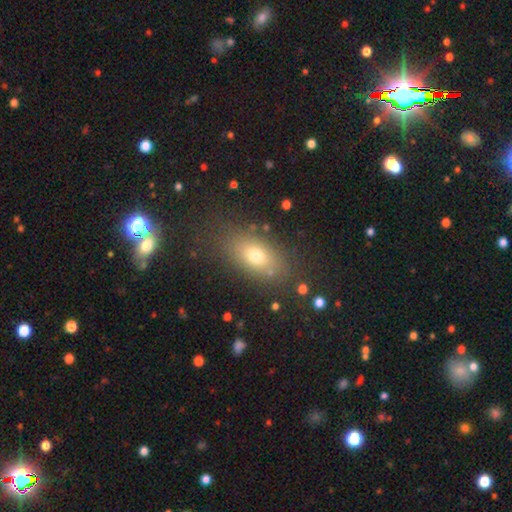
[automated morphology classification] Smooth or featured?
  - smooth: 71% *
  - featured or disk: 16%
  - star or artifact: 13%
How rounded?
  - in between: 80% *
  - round: 14%
  - cigar-shaped: 6%
Merging?
  - none: 81% *
  - minor disturbance: 11%
  - major disturbance: 6%
  - merger: 3%